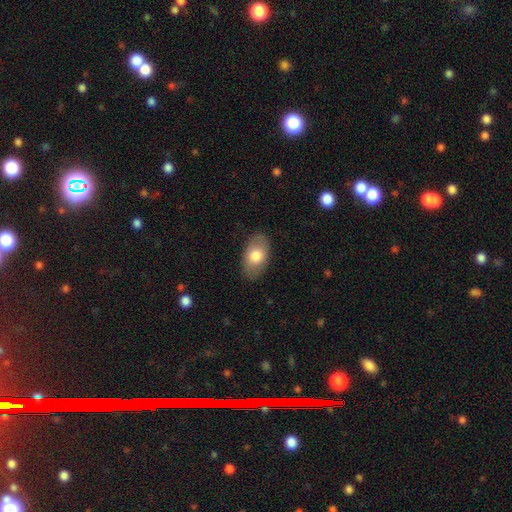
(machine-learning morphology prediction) This is likely a smooth galaxy (75%). How rounded: clearly in between (92%). Merging: clearly none (85%).